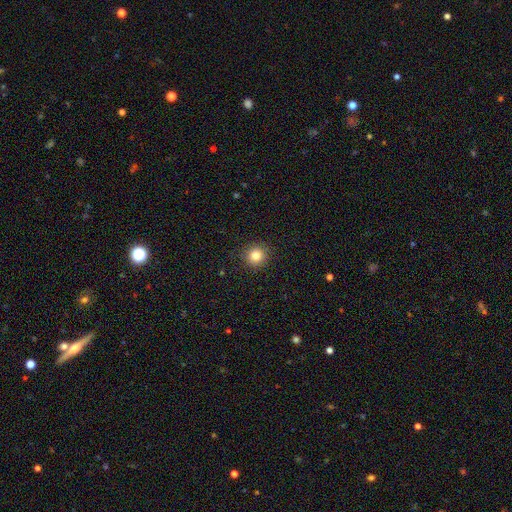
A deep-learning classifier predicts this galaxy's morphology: smooth_or_featured: smooth (p=0.83) [alt: star or artifact p=0.11]
how_rounded: round (p=0.93) [alt: in between p=0.06]
merging: none (p=0.91) [alt: minor disturbance p=0.06]